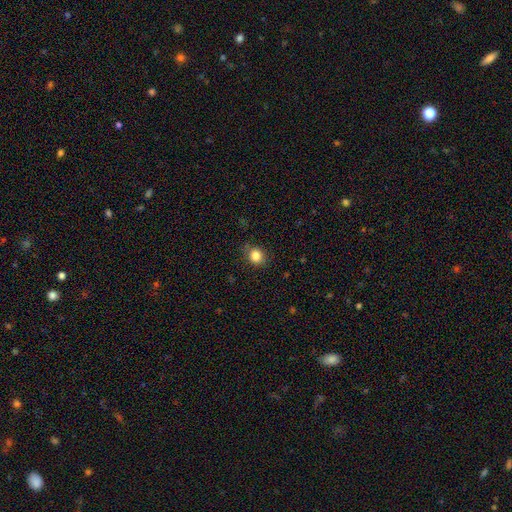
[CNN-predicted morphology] smooth-or-featured: smooth: 84% | star or artifact: 11% | featured or disk: 6%
  how-rounded: round: 73% | in between: 26% | cigar-shaped: 1%
  merging: none: 79% | minor disturbance: 16% | major disturbance: 4% | merger: 1%